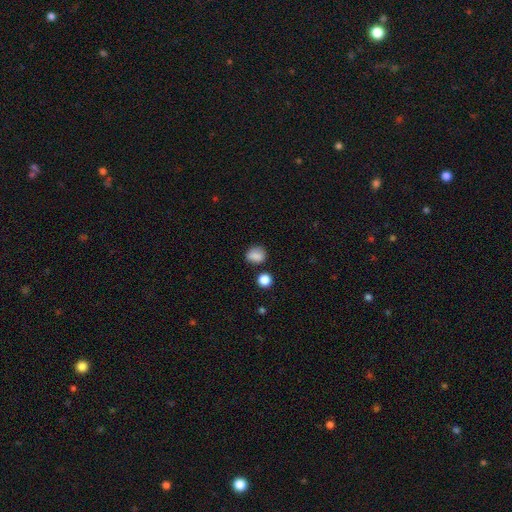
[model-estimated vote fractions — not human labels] Overall: smooth (84%). How rounded: round (62%; in between 37%). Merging: none (74%).